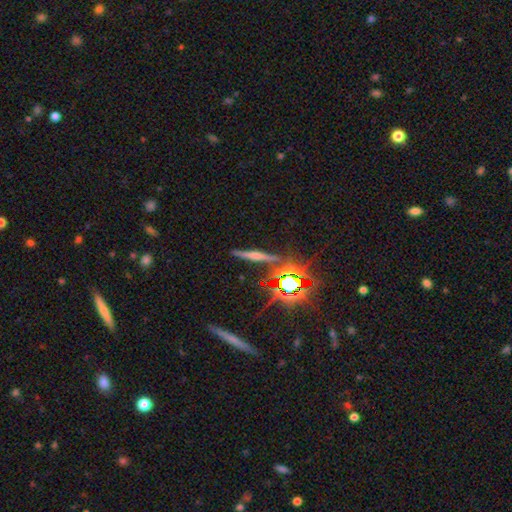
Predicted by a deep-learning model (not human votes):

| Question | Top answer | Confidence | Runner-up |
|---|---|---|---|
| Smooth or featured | featured or disk | 48% | star or artifact (28%) |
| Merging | none | 85% | minor disturbance (9%) |